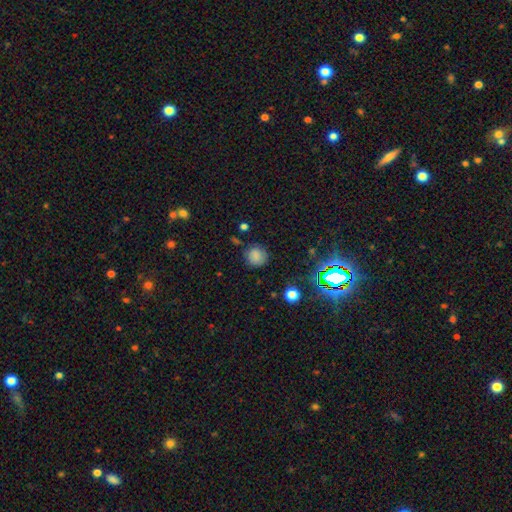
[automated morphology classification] smooth-or-featured: smooth: 78% | star or artifact: 15% | featured or disk: 7%
  how-rounded: round: 89% | in between: 10% | cigar-shaped: 1%
  merging: none: 78% | minor disturbance: 15% | major disturbance: 5% | merger: 2%